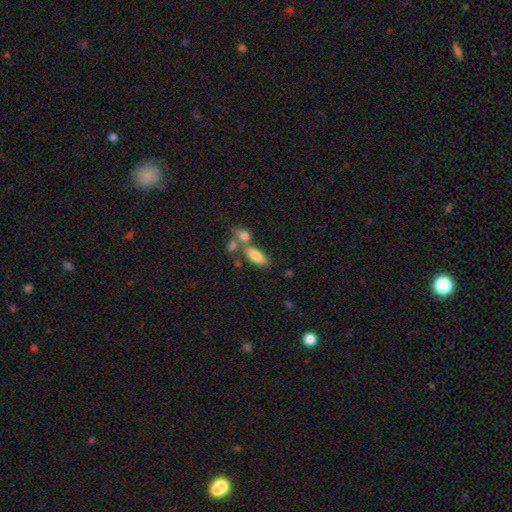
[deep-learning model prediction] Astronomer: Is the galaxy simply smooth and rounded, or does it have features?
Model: smooth — 80%.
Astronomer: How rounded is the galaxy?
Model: in between — 80%.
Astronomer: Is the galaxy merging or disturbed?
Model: none — 44% (runner-up: merger, 39%).